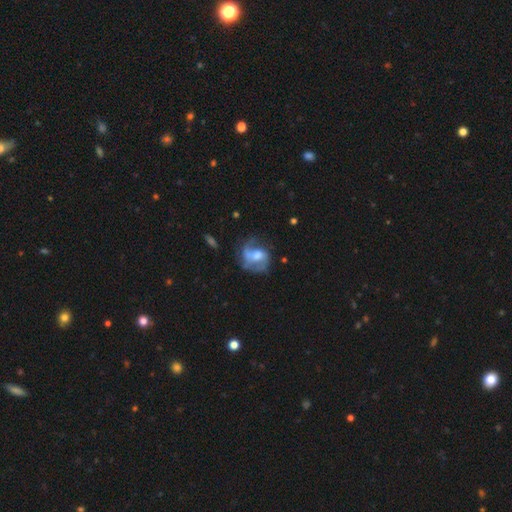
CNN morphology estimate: Smooth or featured? Predicted: featured or disk (p=0.65). Edge-on disk? Predicted: no (p=0.97). Bar? Predicted: no (p=0.52). Spiral arms? Predicted: yes (p=0.80). Spiral winding? Predicted: medium (p=0.42). Spiral arm count? Predicted: 2 (p=0.51). Bulge size? Predicted: moderate (p=0.46). Merging? Predicted: none (p=0.46).